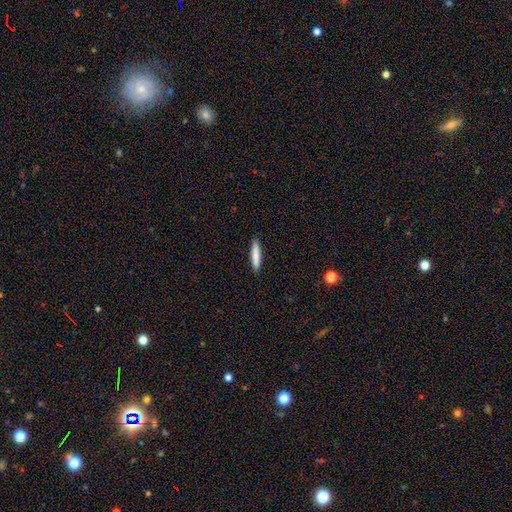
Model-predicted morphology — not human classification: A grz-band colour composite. It shows a smooth galaxy with no disk features (82%) that is cigar-shaped (90%). Merging: none (90%).